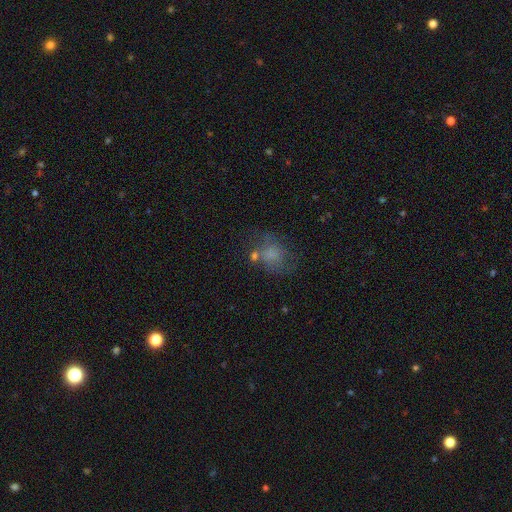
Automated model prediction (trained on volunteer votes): smooth_or_featured: smooth (p=0.60) [alt: featured or disk p=0.23]
how_rounded: round (p=0.51) [alt: in between p=0.48]
merging: none (p=0.50) [alt: minor disturbance p=0.21]